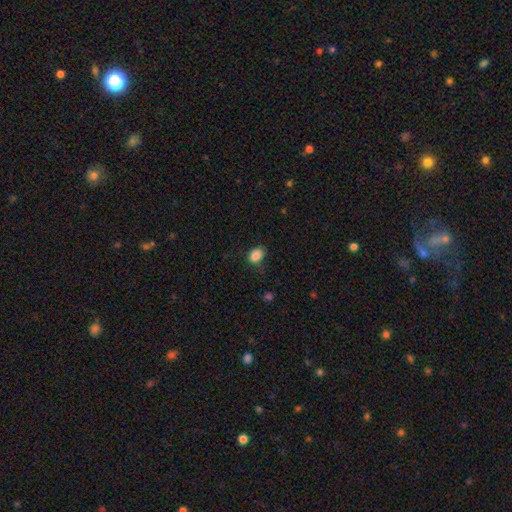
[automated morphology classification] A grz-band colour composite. It shows a smooth galaxy with no disk features (87%) that is in between round and cigar-shaped (67%). Merging: none (73%).